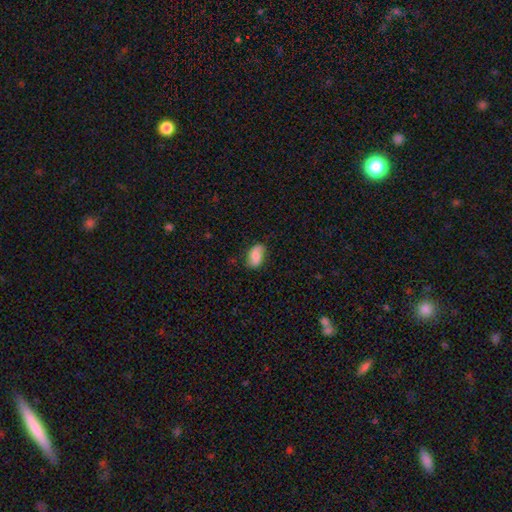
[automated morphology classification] type=smooth (66%); roundness=in between (91%); merging=none (72%).